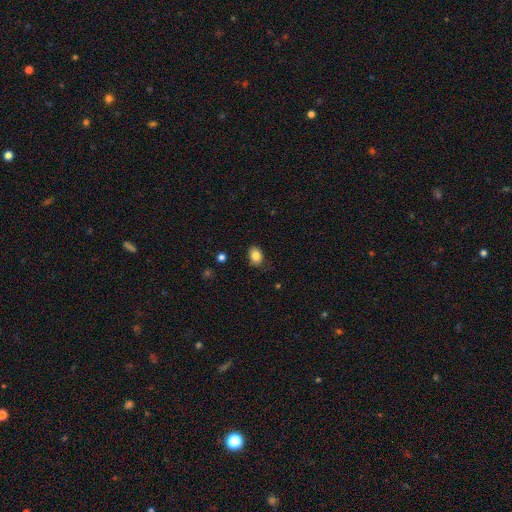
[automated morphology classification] Smooth or featured: smooth — 84% (star or artifact — 9%)
How rounded: in between — 69% (round — 30%)
Merging: none — 78% (minor disturbance — 17%)